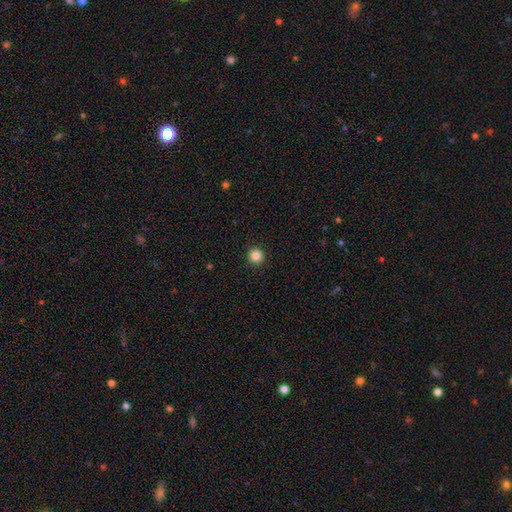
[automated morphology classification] A smooth galaxy with no disk features (85%) that is round (96%).

Vote fractions:
- Smooth or featured? smooth: 85% / star or artifact: 11% / featured or disk: 3%
- How rounded? round: 96% / in between: 3% / cigar-shaped: 1%
- Merging? none: 93% / minor disturbance: 4% / major disturbance: 2% / merger: 1%